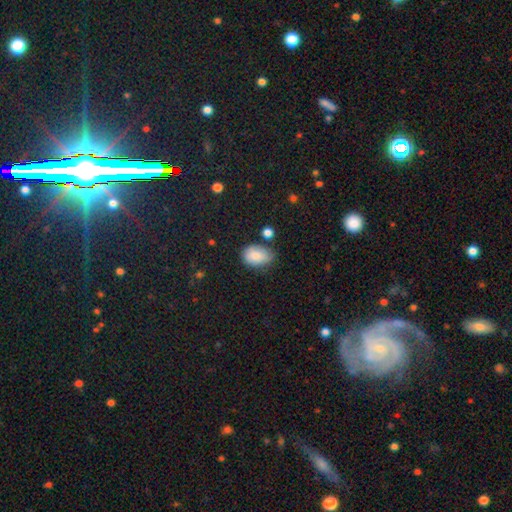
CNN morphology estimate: type=smooth (84%); roundness=in between (84%); merging=none (57%).